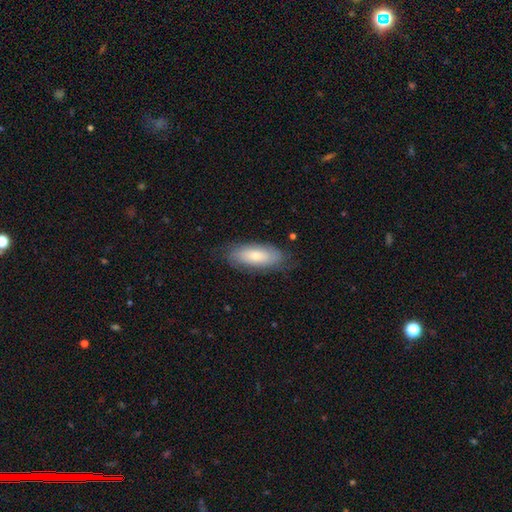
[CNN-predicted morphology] Smooth or featured? Predicted: smooth (p=0.60). How rounded? Predicted: in between (p=0.79). Merging? Predicted: none (p=0.74).